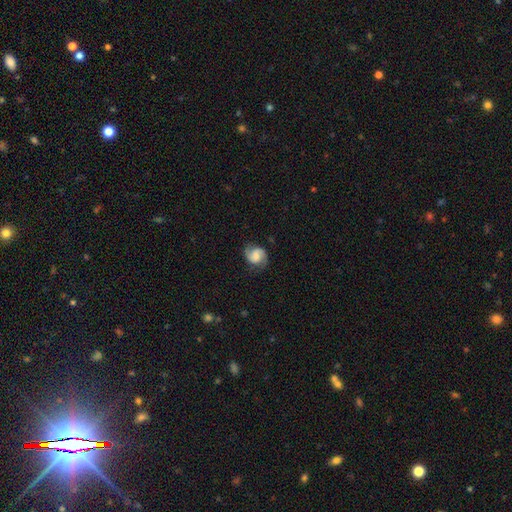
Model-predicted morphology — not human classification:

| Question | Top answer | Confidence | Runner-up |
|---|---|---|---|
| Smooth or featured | featured or disk | 79% | smooth (15%) |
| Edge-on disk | no | 98% | yes (2%) |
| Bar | no | 51% | weak (40%) |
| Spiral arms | yes | 97% | no (3%) |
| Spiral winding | medium | 51% | tight (27%) |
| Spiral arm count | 2 | 92% | can't tell (3%) |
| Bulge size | moderate | 42% | small (31%) |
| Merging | none | 80% | minor disturbance (14%) |